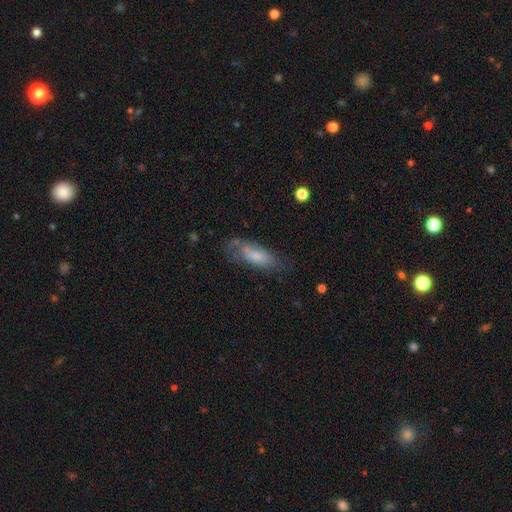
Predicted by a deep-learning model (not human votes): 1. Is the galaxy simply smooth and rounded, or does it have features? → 63% smooth, 30% featured or disk, 7% star or artifact.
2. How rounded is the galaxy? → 71% in between, 26% cigar-shaped, 2% round.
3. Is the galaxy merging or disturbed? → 52% none, 29% minor disturbance, 16% major disturbance, 3% merger.